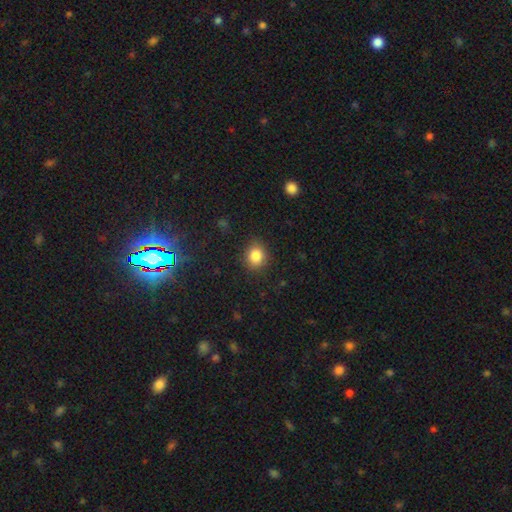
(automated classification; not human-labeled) The model was most divided on "how rounded": round: 67%, in between: 32%, cigar-shaped: 1%. More confident: merging — none (86%); smooth or featured — smooth (84%).